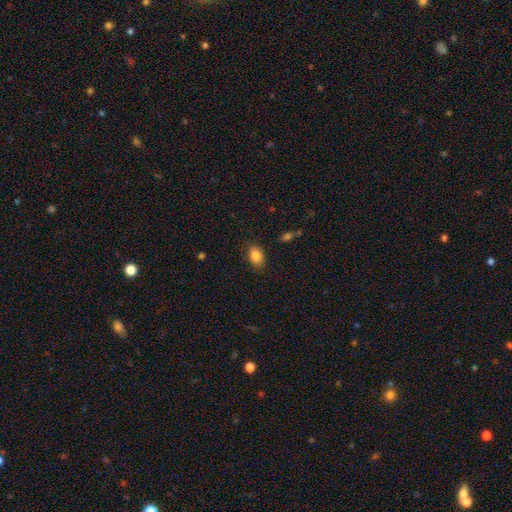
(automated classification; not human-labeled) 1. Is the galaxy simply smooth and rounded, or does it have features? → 86% smooth, 8% star or artifact, 6% featured or disk.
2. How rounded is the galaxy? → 85% in between, 13% round, 2% cigar-shaped.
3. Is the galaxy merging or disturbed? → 81% none, 15% minor disturbance, 3% major disturbance, 1% merger.